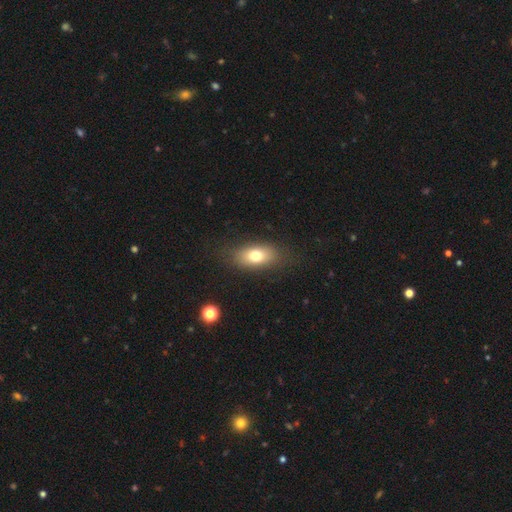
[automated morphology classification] type=smooth (73%); roundness=in between (85%); merging=none (82%).